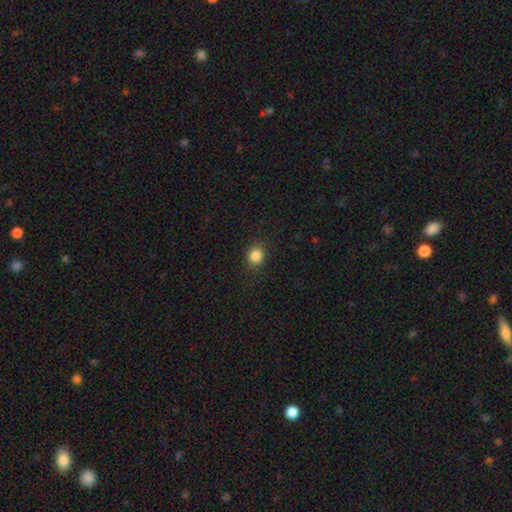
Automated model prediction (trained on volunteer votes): smooth 85%, star or artifact 11%, featured or disk 4%. Down the decision tree: how rounded — round (77%); merging — none (87%).